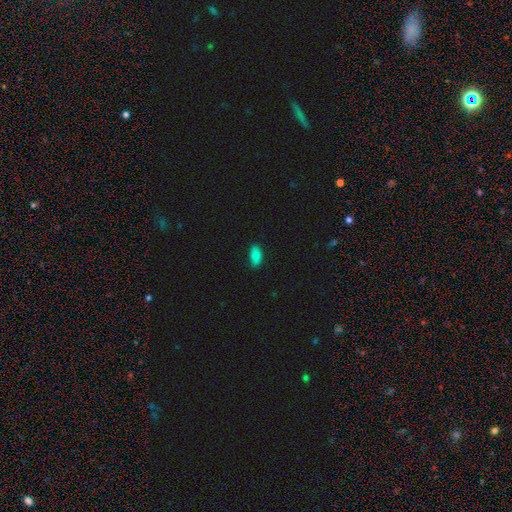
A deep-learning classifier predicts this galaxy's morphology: smooth_or_featured: smooth (p=0.79) [alt: featured or disk p=0.13]
how_rounded: in between (p=0.91) [alt: cigar-shaped p=0.06]
merging: none (p=0.82) [alt: minor disturbance p=0.15]